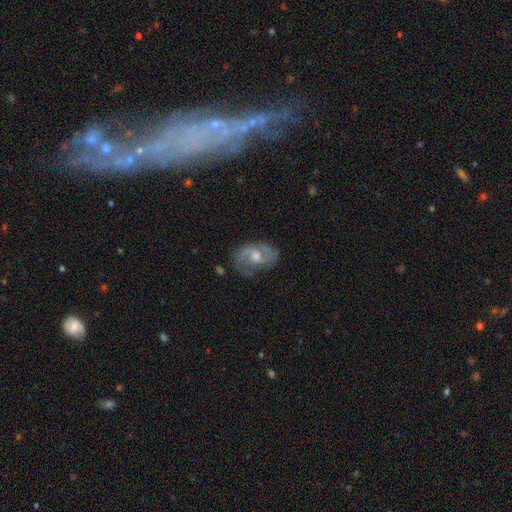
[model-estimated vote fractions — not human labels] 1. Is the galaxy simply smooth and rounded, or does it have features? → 78% featured or disk, 14% smooth, 8% star or artifact.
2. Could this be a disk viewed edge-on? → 97% no, 3% yes.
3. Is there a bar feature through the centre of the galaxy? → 49% no, 43% weak, 9% strong.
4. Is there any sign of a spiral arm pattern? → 90% yes, 10% no.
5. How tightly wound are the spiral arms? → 51% medium, 25% tight, 25% loose.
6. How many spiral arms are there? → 74% 2, 12% can't tell, 6% 3, 4% 1, 2% 4, 2% more than 4.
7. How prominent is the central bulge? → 67% moderate, 19% small, 10% large, 3% none, 1% dominant.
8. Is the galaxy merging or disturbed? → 70% none, 19% minor disturbance, 9% major disturbance, 2% merger.